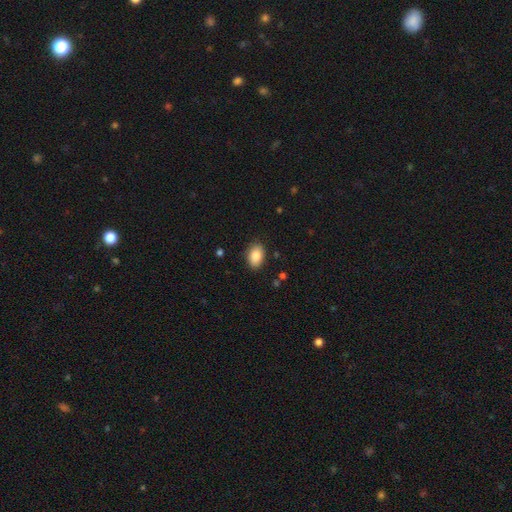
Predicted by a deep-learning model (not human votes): Smooth or featured: smooth — 87% (star or artifact — 7%)
How rounded: in between — 88% (round — 11%)
Merging: none — 86% (minor disturbance — 11%)